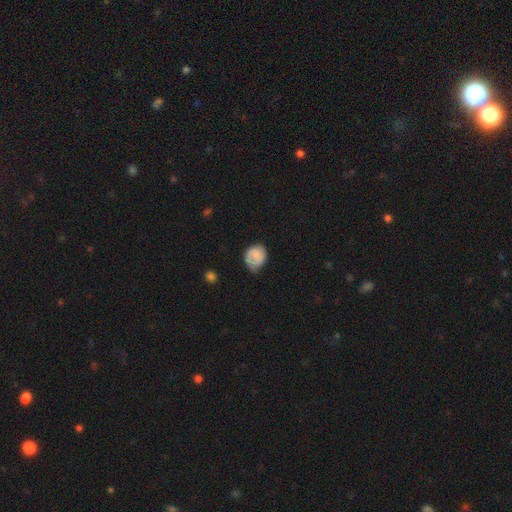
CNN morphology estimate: Smooth or featured?
  - smooth: 71% *
  - featured or disk: 22%
  - star or artifact: 7%
How rounded?
  - round: 64% *
  - in between: 35%
  - cigar-shaped: 1%
Merging?
  - none: 45% *
  - minor disturbance: 39%
  - major disturbance: 14%
  - merger: 2%